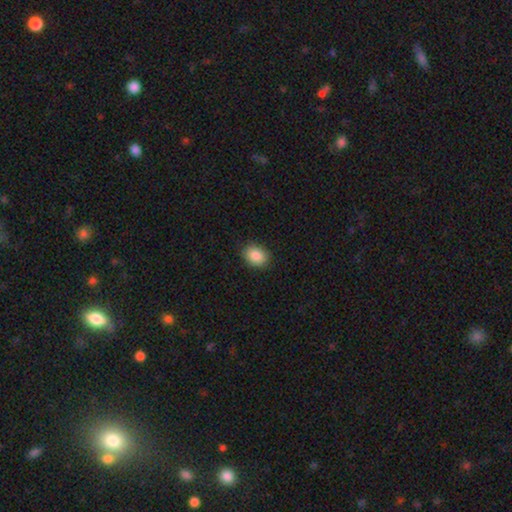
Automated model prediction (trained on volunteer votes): This appears to be a smooth galaxy with no disk features (87%) that is in between round and cigar-shaped (65%). Merging: none (88%).